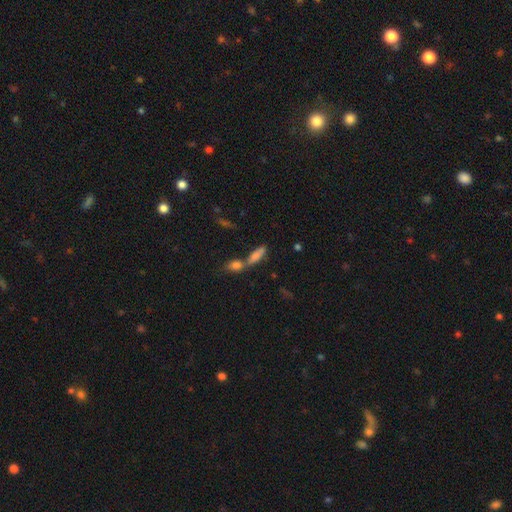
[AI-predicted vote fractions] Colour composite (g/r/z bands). It shows a smooth galaxy with no disk features (72%) that is in between round and cigar-shaped (49%). Merging: merger (51%).